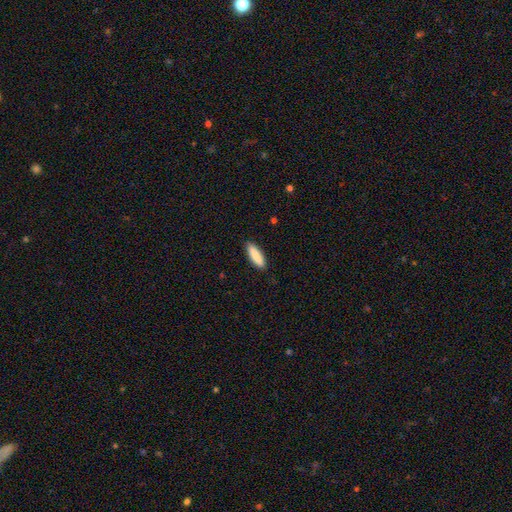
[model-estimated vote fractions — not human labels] Overall: smooth (88%). How rounded: cigar-shaped (58%; in between 40%). Merging: none (89%).